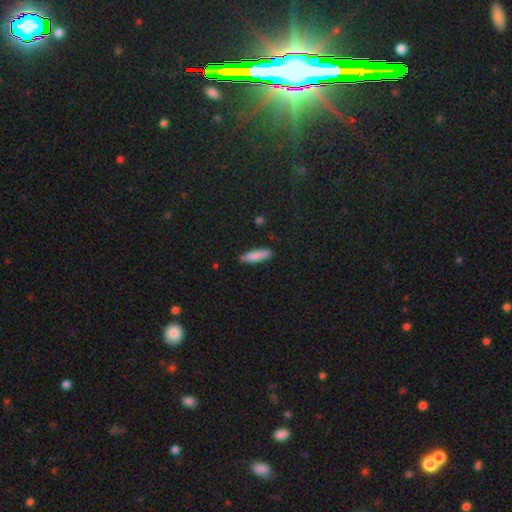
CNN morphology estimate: smooth_or_featured: smooth (p=0.84) [alt: featured or disk p=0.09]
how_rounded: cigar-shaped (p=0.66) [alt: in between p=0.32]
merging: none (p=0.77) [alt: minor disturbance p=0.18]